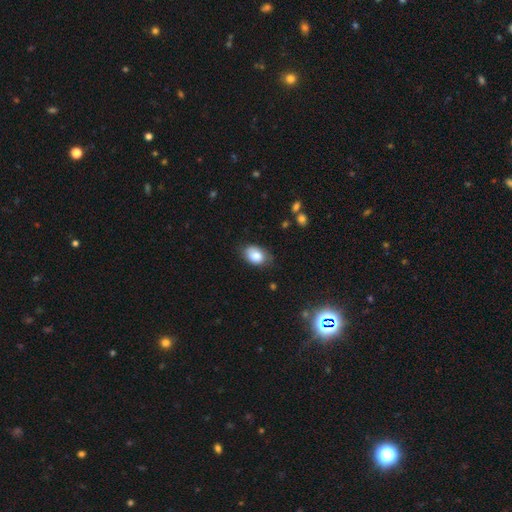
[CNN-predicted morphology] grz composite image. It shows a smooth galaxy with no disk features (83%) that is in between round and cigar-shaped (83%). Merging: none (69%).